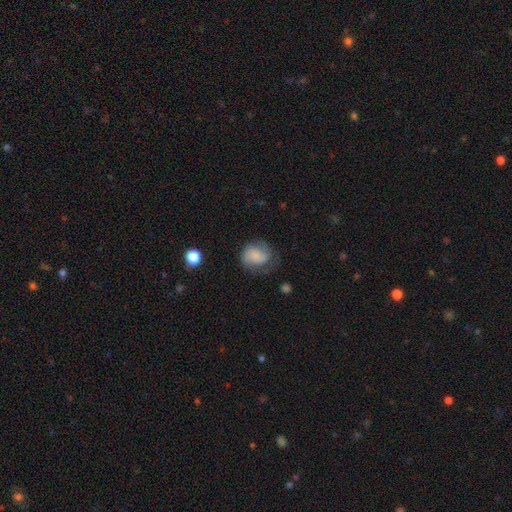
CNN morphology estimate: The model was most divided on "how rounded": round: 58%, in between: 41%, cigar-shaped: 1%. More confident: smooth or featured — smooth (62%); merging — none (51%).